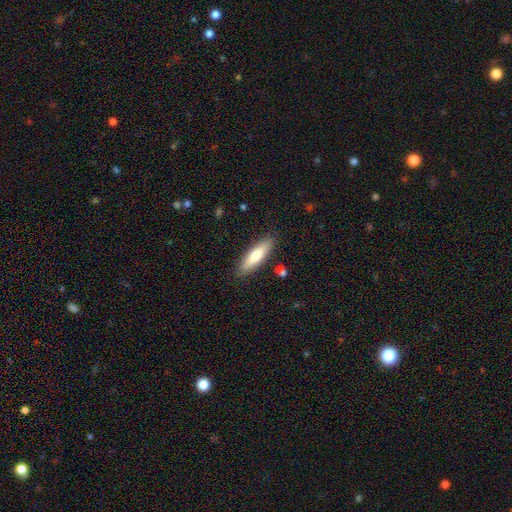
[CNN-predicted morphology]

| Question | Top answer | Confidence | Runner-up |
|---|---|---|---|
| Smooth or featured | smooth | 68% | featured or disk (26%) |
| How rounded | cigar-shaped | 66% | in between (32%) |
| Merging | none | 86% | minor disturbance (9%) |